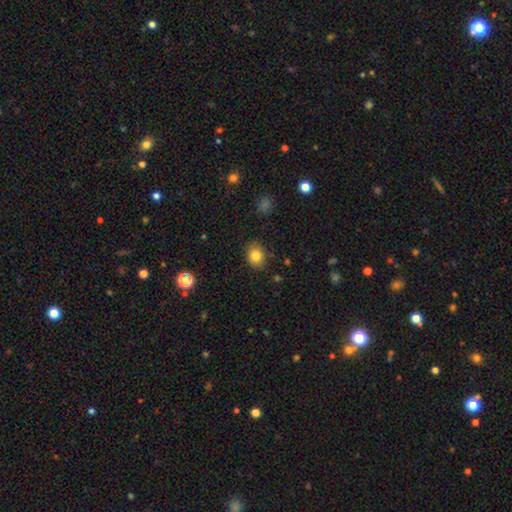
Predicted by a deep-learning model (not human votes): Smooth or featured?
  - smooth: 82% *
  - star or artifact: 10%
  - featured or disk: 7%
How rounded?
  - round: 53% *
  - in between: 46%
  - cigar-shaped: 1%
Merging?
  - none: 85% *
  - minor disturbance: 11%
  - major disturbance: 2%
  - merger: 1%